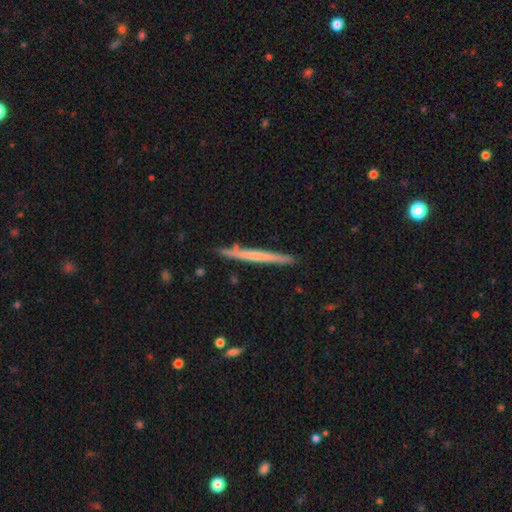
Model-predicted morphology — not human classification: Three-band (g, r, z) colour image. It shows a smooth galaxy with no disk features (49%). Merging: none (89%).